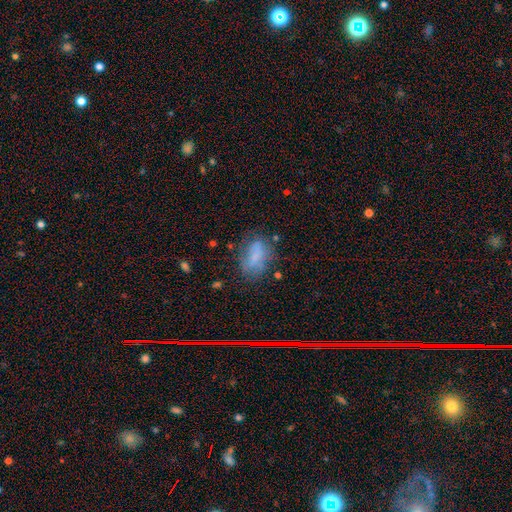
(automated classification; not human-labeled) smooth 63%, featured or disk 23%, star or artifact 13%. Down the decision tree: how rounded — in between (85%); merging — none (58%).